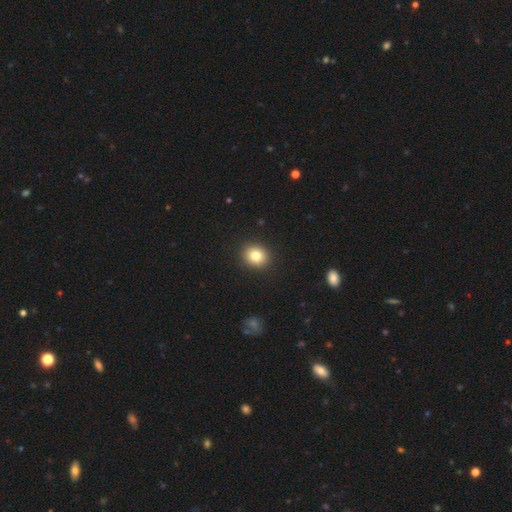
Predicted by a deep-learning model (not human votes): Morphology: type=smooth (81%); roundness=round (70%); merging=none (90%).